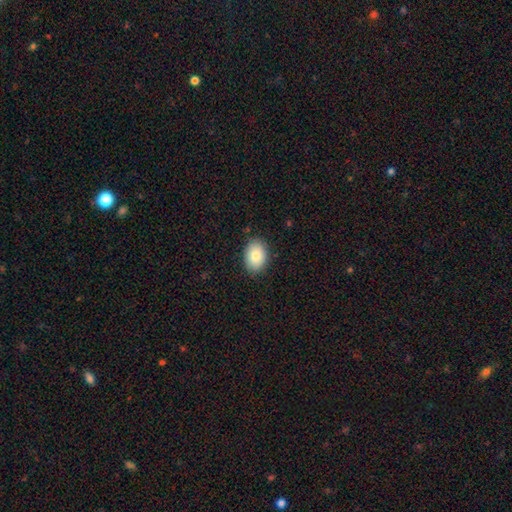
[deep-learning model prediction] Morphology: type=smooth (83%); roundness=in between (78%); merging=none (87%).